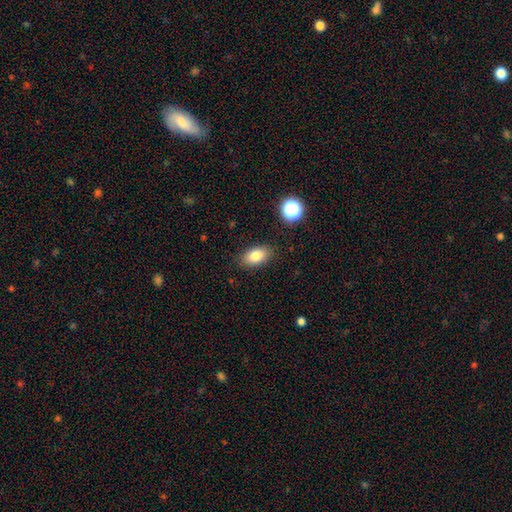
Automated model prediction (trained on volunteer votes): This appears to be a smooth galaxy with no disk features (82%) that is in between round and cigar-shaped (90%). Merging: none (86%).